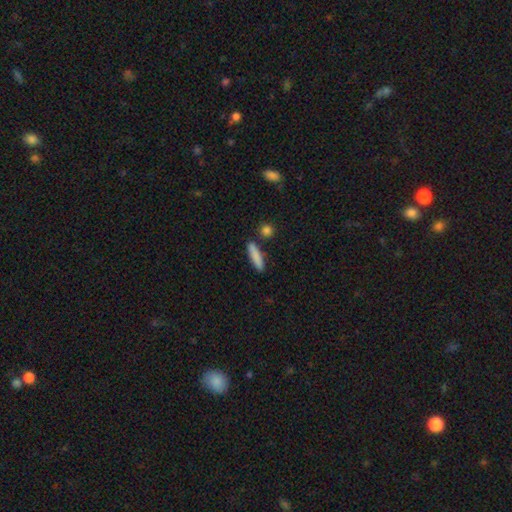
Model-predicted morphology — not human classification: This is clearly a smooth galaxy (84%). How rounded: likely cigar-shaped (77%). Merging: clearly none (80%).